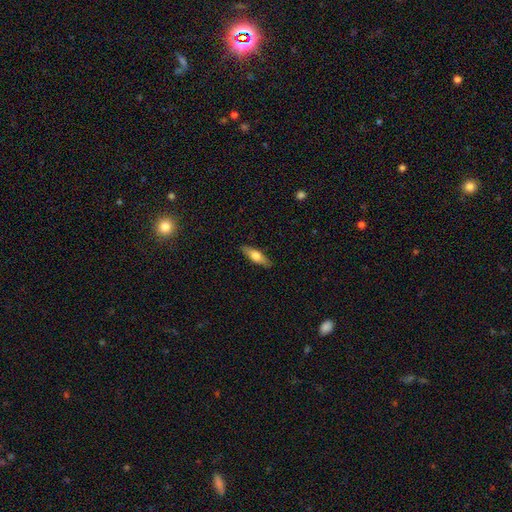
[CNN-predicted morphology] A smooth galaxy with no disk features (58%) that is cigar-shaped (54%). Merging: none (88%).